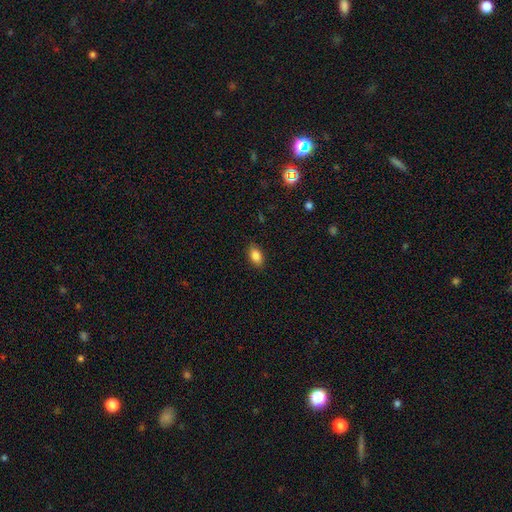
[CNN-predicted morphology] smooth_or_featured: smooth (p=0.85) [alt: star or artifact p=0.08]
how_rounded: in between (p=0.90) [alt: round p=0.08]
merging: none (p=0.87) [alt: minor disturbance p=0.09]